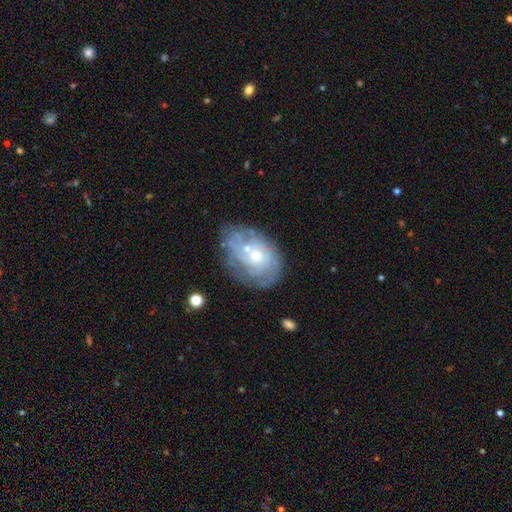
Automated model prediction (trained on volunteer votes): Smooth or featured? featured or disk (69%)
Edge-on disk? no (96%)
Bar? no (82%)
Spiral arms? yes (69%)
Bulge size? small (54%)
Merging? none (61%)